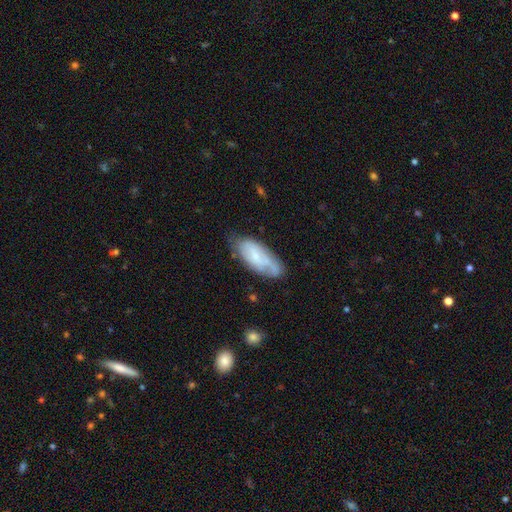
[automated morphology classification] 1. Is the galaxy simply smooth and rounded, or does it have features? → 51% featured or disk, 42% smooth, 7% star or artifact.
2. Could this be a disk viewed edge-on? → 87% no, 13% yes.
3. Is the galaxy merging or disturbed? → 57% none, 29% minor disturbance, 9% major disturbance, 4% merger.